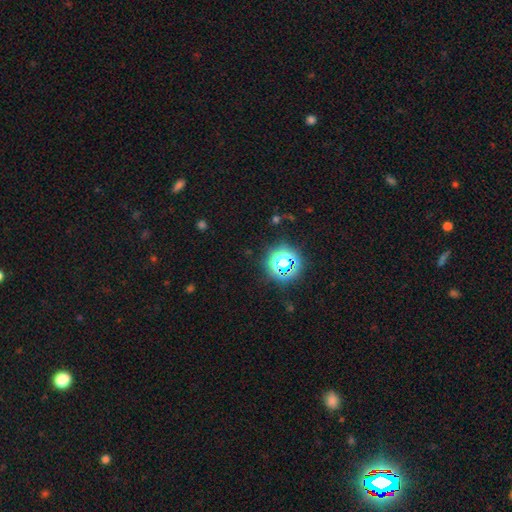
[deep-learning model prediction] Smooth or featured: star or artifact — 76% (smooth — 18%)